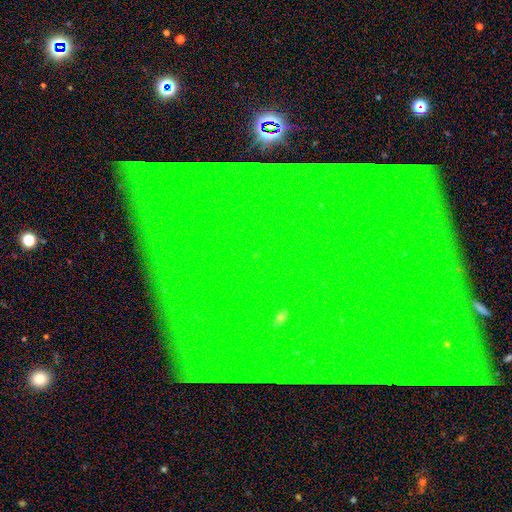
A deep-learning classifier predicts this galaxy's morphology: A star or artifact, not a galaxy (83%).